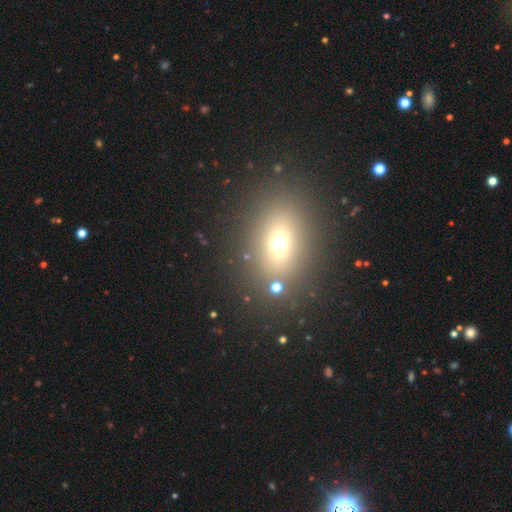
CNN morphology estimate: Q: Smooth or featured?
A: smooth (57%); runner-up: star or artifact (29%)
Q: How rounded?
A: in between (68%); runner-up: round (28%)
Q: Merging?
A: none (85%); runner-up: minor disturbance (8%)